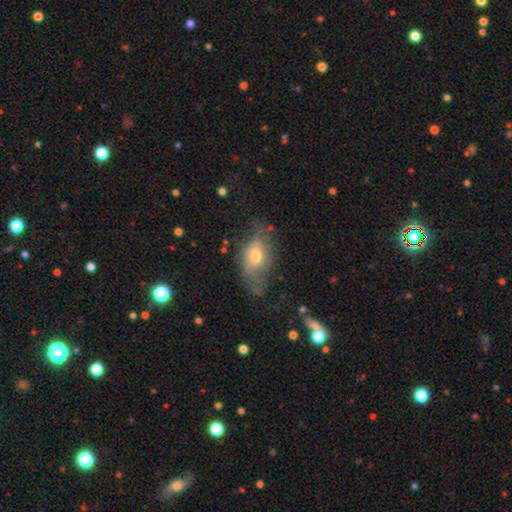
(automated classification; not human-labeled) This appears to be a smooth galaxy with no disk features (53%) that is in between round and cigar-shaped (86%). Merging: none (41%).